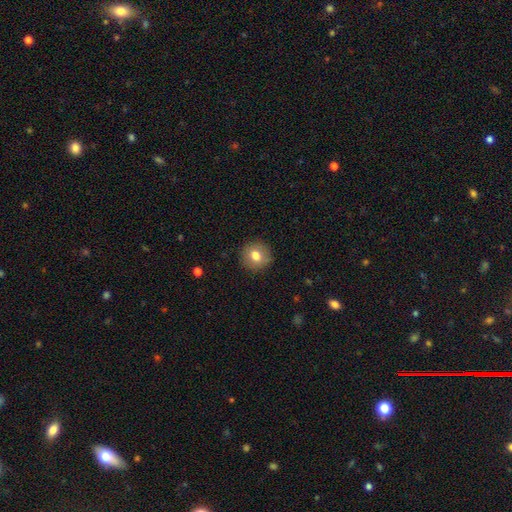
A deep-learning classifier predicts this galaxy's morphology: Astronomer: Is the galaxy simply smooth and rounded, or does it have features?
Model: smooth — 78%.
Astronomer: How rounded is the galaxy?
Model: round — 91%.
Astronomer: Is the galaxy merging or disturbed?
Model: none — 90%.